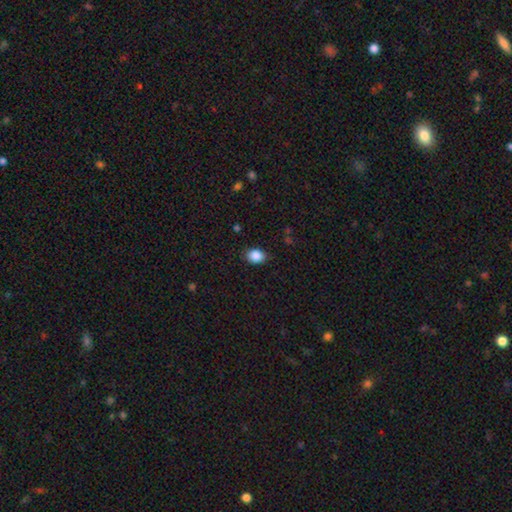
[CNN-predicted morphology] Smooth or featured: smooth — 88% (star or artifact — 9%)
How rounded: in between — 58% (round — 41%)
Merging: none — 85% (minor disturbance — 11%)